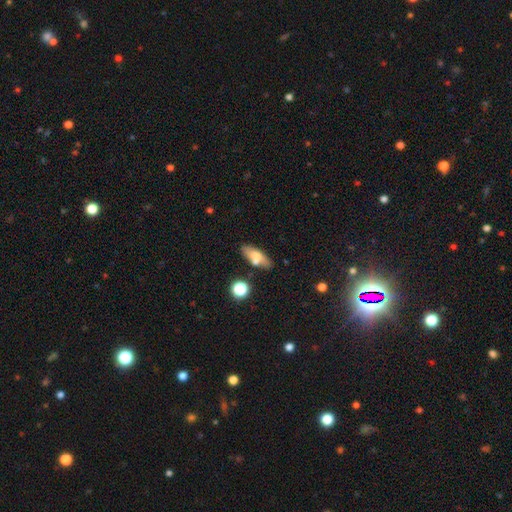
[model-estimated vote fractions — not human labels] A smooth galaxy with no disk features (67%) that is in between round and cigar-shaped (62%).

Vote fractions:
- Smooth or featured? smooth: 67% / featured or disk: 24% / star or artifact: 9%
- How rounded? in between: 62% / cigar-shaped: 33% / round: 5%
- Merging? none: 68% / minor disturbance: 16% / merger: 12% / major disturbance: 4%